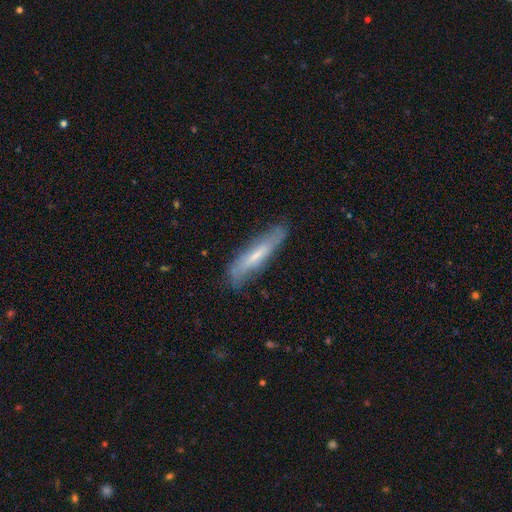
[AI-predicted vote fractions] Smooth or featured? featured or disk (49%)
Merging? none (75%)